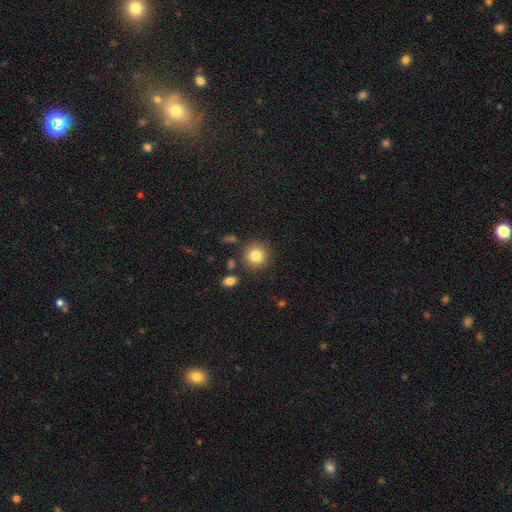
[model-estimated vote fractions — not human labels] smooth 83%, star or artifact 10%, featured or disk 7%. Down the decision tree: how rounded — round (92%); merging — none (85%).